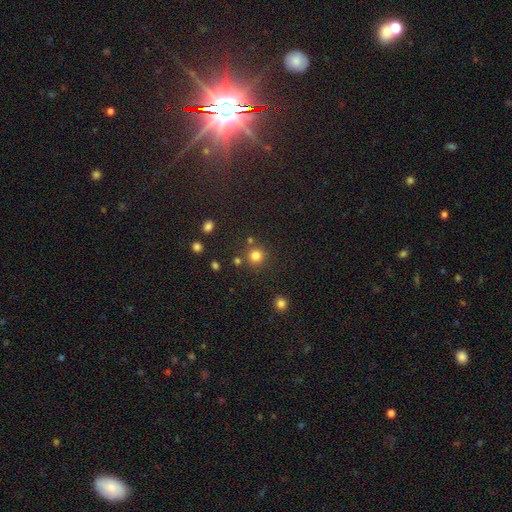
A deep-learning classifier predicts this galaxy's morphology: Smooth or featured? Predicted: smooth (p=0.81). How rounded? Predicted: round (p=0.92). Merging? Predicted: none (p=0.80).